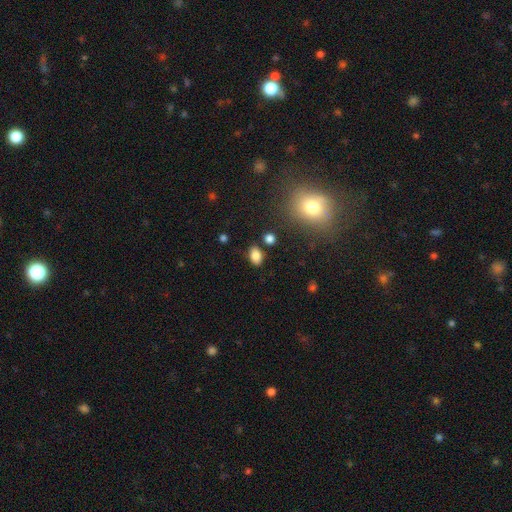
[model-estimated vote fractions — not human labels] Smooth or featured: smooth — 83% (star or artifact — 11%)
How rounded: in between — 84% (round — 14%)
Merging: none — 82% (minor disturbance — 11%)